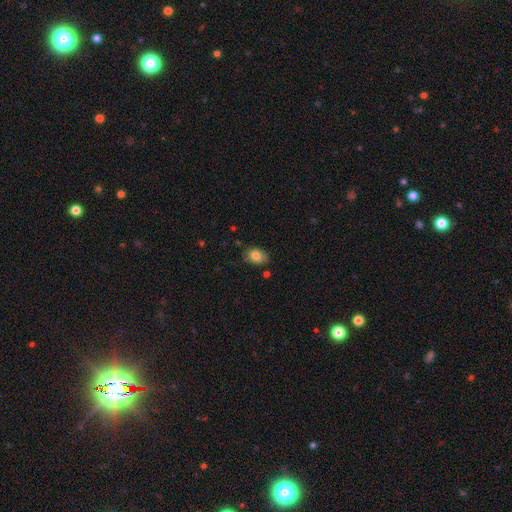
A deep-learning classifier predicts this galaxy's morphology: This appears to be a smooth galaxy with no disk features (82%) that is in between round and cigar-shaped (73%). Merging: none (74%).